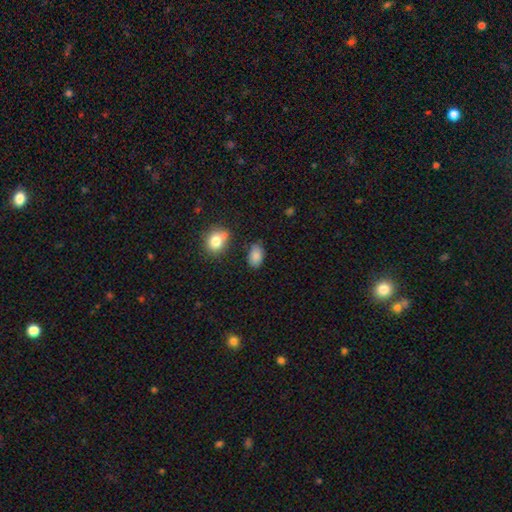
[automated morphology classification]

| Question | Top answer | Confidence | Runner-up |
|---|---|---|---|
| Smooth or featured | smooth | 85% | star or artifact (9%) |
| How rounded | in between | 88% | round (11%) |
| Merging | none | 74% | minor disturbance (18%) |